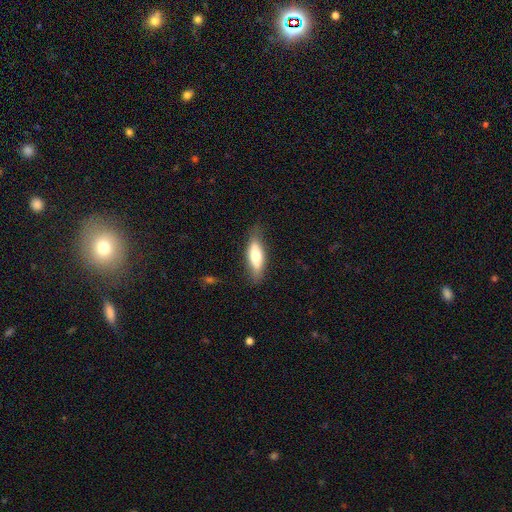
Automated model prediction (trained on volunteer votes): Smooth or featured? Predicted: smooth (p=0.66). How rounded? Predicted: in between (p=0.57). Merging? Predicted: none (p=0.73).